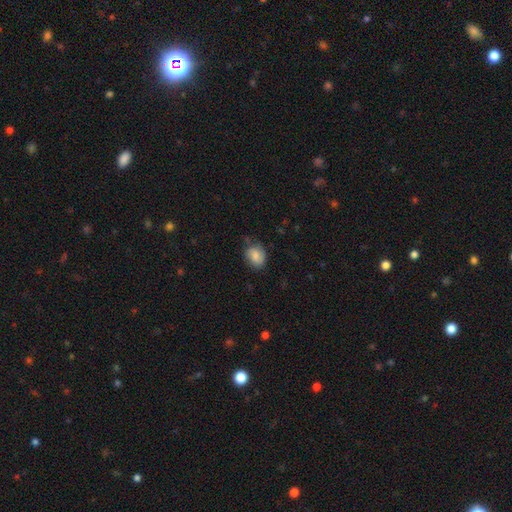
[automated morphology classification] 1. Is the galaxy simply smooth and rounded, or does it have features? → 75% smooth, 17% featured or disk, 8% star or artifact.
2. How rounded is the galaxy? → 54% round, 45% in between, 1% cigar-shaped.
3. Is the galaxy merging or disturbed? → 68% none, 24% minor disturbance, 6% major disturbance, 2% merger.